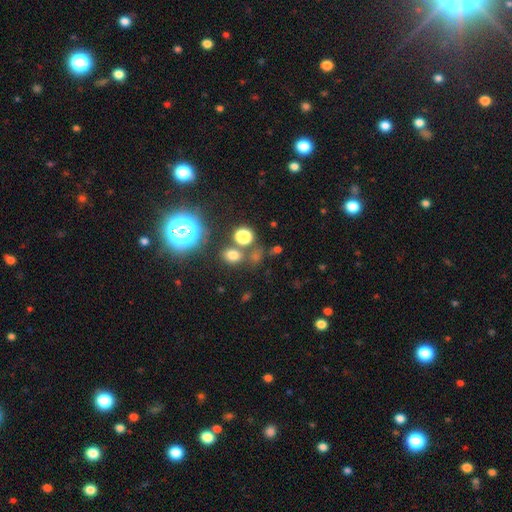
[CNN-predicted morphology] smooth 52%, star or artifact 41%, featured or disk 8%. Down the decision tree: how rounded — round (83%); merging — none (74%).